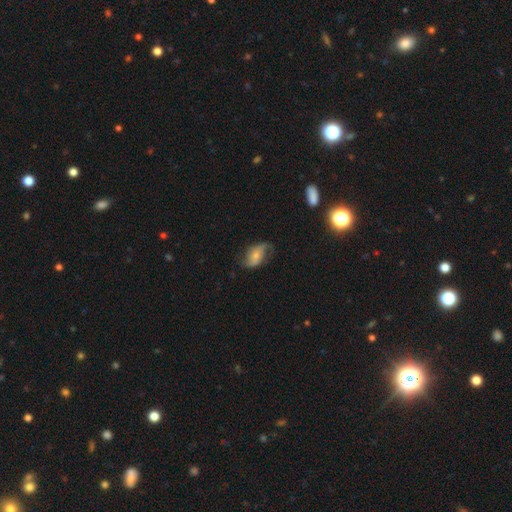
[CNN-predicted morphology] Smooth or featured? featured or disk (55%)
Edge-on disk? no (95%)
Bar? no (61%)
Spiral arms? yes (85%)
Bulge size? small (54%)
Merging? none (57%)